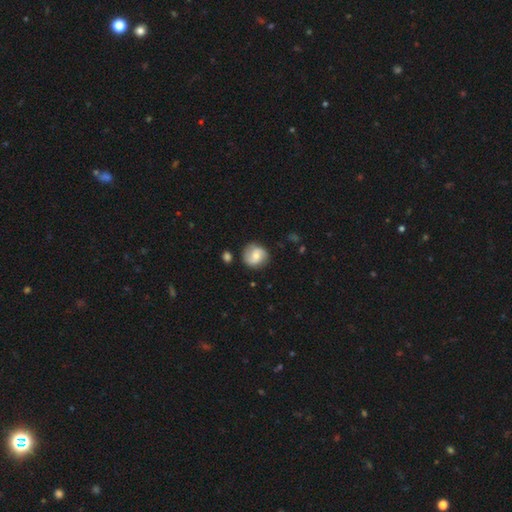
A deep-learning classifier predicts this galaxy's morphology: featured or disk 48%, smooth 44%, star or artifact 7%. Down the decision tree: merging — none (81%).